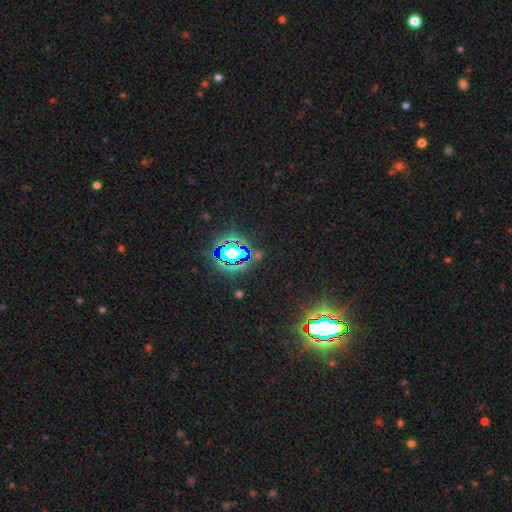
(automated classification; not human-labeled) Smooth or featured? Predicted: star or artifact (p=0.79).